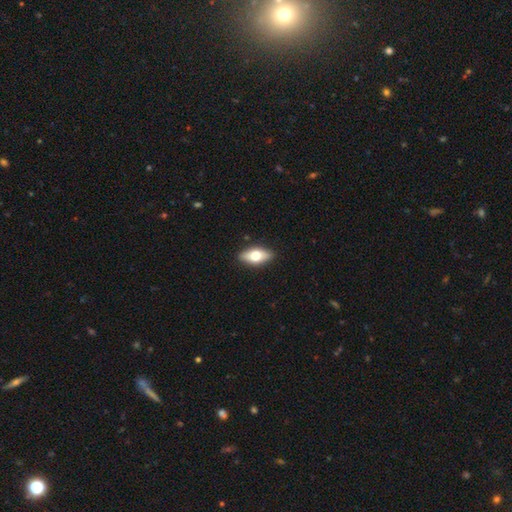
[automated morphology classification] The model was most divided on "smooth or featured": smooth: 62%, featured or disk: 31%, star or artifact: 6%. More confident: merging — none (89%); how rounded — in between (82%).